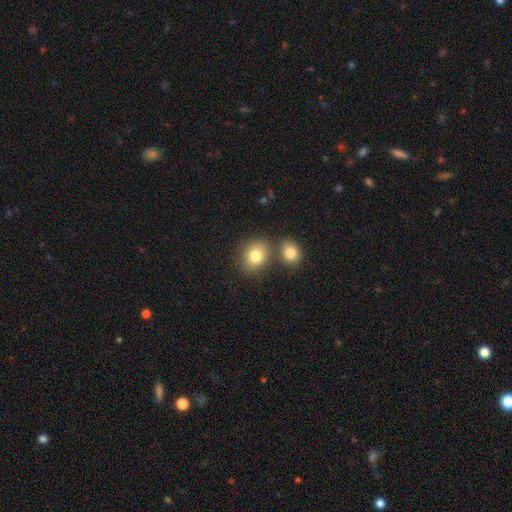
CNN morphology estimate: smooth 82%, star or artifact 9%, featured or disk 9%. Down the decision tree: how rounded — round (60%); merging — none (60%).